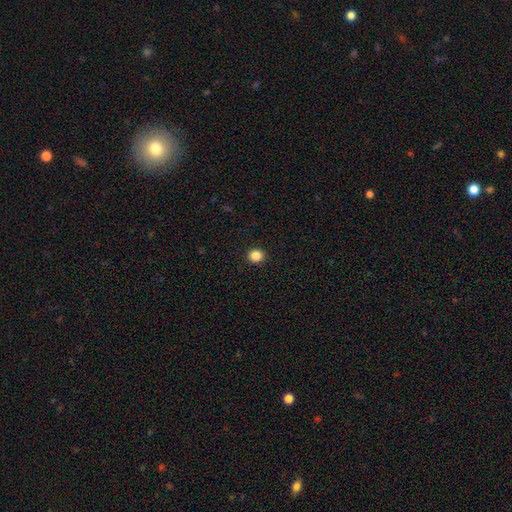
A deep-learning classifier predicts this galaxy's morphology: Smooth or featured?
  - smooth: 86% *
  - star or artifact: 10%
  - featured or disk: 3%
How rounded?
  - round: 85% *
  - in between: 14%
  - cigar-shaped: 1%
Merging?
  - none: 93% *
  - minor disturbance: 5%
  - major disturbance: 2%
  - merger: 1%